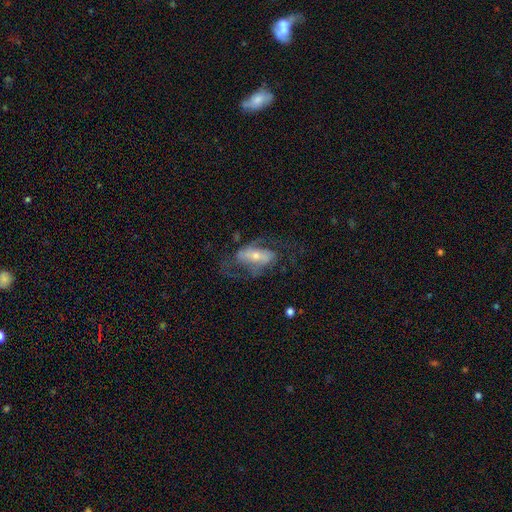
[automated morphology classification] Smooth or featured? Predicted: featured or disk (p=0.73). Edge-on disk? Predicted: no (p=0.93). Bar? Predicted: strong (p=0.37). Spiral arms? Predicted: yes (p=0.79). Spiral winding? Predicted: medium (p=0.47). Spiral arm count? Predicted: 2 (p=0.80). Bulge size? Predicted: small (p=0.51). Merging? Predicted: none (p=0.51).